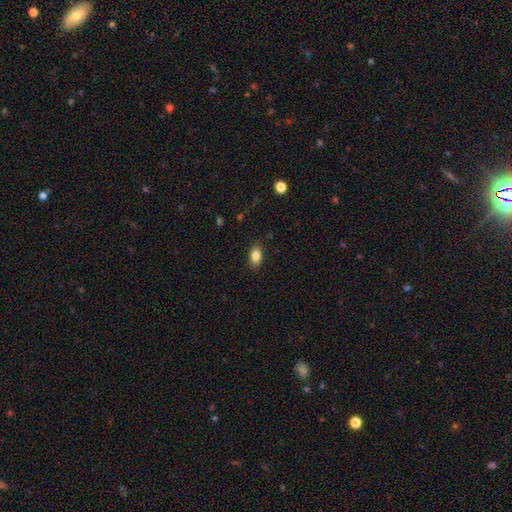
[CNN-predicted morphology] Q: Smooth or featured?
A: smooth (83%); runner-up: star or artifact (8%)
Q: How rounded?
A: in between (87%); runner-up: round (8%)
Q: Merging?
A: none (85%); runner-up: minor disturbance (12%)